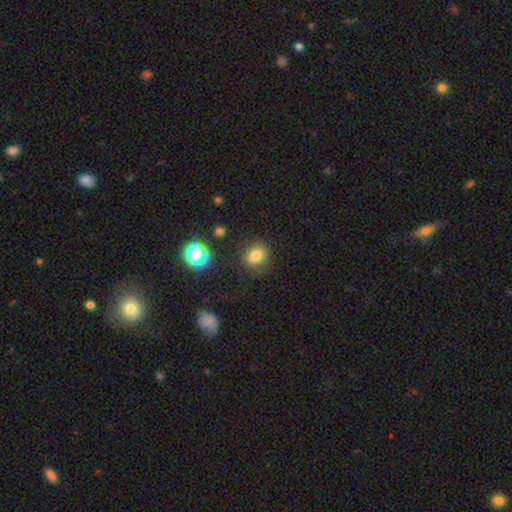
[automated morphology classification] Q: Smooth or featured?
A: smooth (80%); runner-up: star or artifact (13%)
Q: How rounded?
A: in between (52%); runner-up: round (46%)
Q: Merging?
A: none (82%); runner-up: minor disturbance (12%)